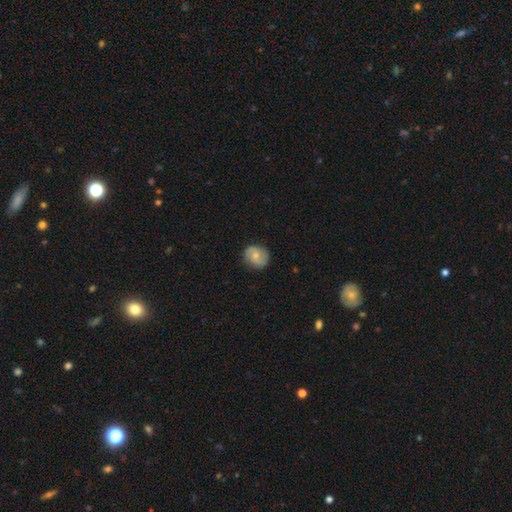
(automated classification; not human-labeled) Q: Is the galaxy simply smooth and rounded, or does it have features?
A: featured or disk — 48%.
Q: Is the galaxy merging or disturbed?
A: none — 82%.